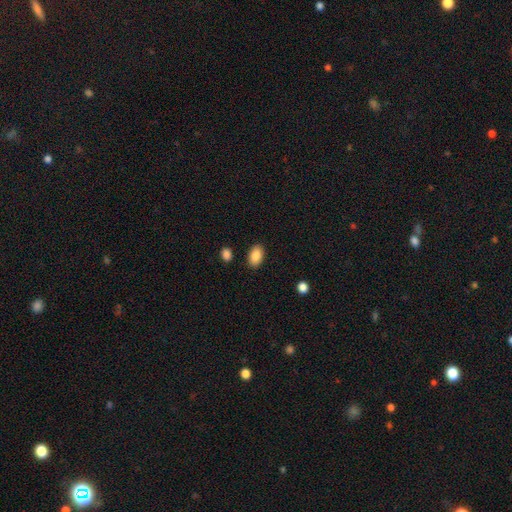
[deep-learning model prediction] This is clearly a smooth galaxy (88%). How rounded: clearly in between (91%). Merging: clearly none (88%).